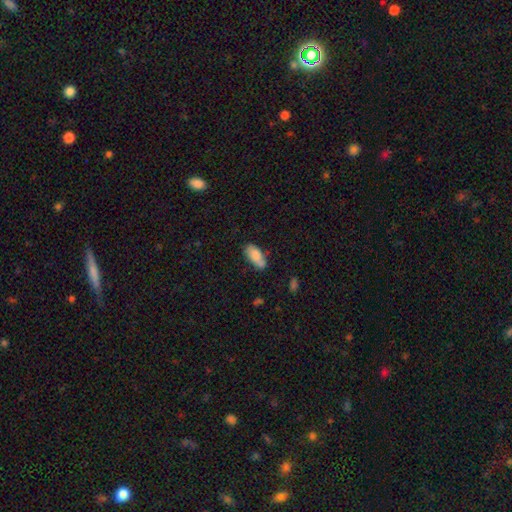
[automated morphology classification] type=smooth (82%); roundness=in between (89%); merging=none (60%).